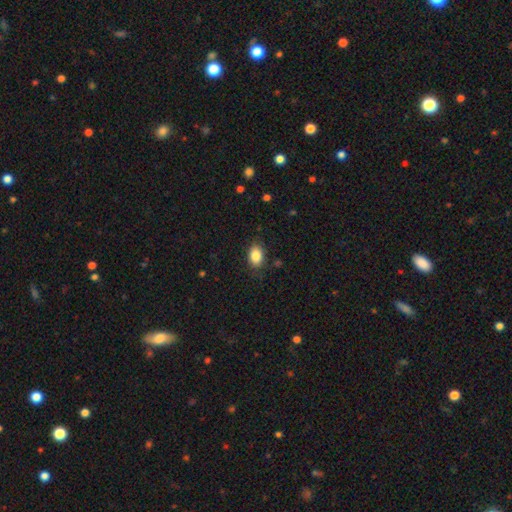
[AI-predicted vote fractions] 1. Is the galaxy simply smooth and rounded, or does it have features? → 85% smooth, 8% star or artifact, 6% featured or disk.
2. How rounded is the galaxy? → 82% in between, 17% round, 1% cigar-shaped.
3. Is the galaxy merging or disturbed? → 83% none, 13% minor disturbance, 3% major disturbance, 1% merger.